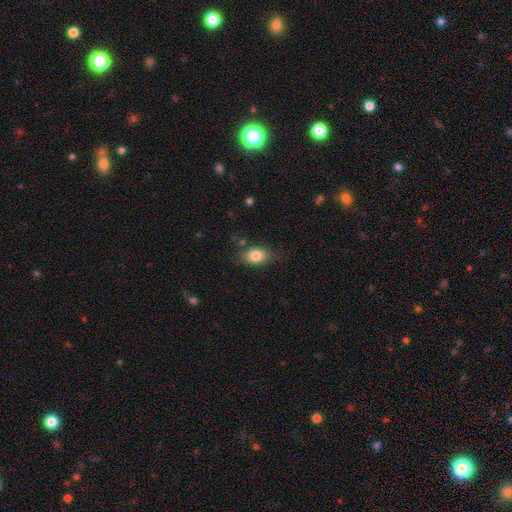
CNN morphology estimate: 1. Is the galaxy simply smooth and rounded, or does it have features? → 82% smooth, 9% featured or disk, 8% star or artifact.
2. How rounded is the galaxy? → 80% in between, 18% round, 2% cigar-shaped.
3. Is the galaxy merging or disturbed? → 76% none, 17% minor disturbance, 4% major disturbance, 2% merger.